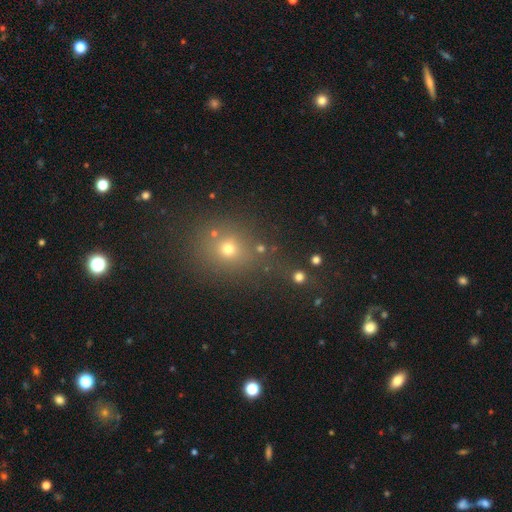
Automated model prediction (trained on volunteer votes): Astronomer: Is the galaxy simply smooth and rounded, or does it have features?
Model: smooth — 51% (runner-up: star or artifact, 40%).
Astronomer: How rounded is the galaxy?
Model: round — 77%.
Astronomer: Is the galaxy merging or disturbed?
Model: none — 76%.